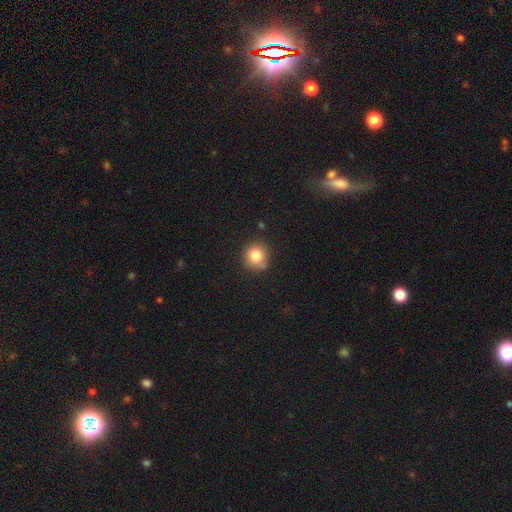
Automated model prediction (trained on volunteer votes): Smooth or featured?
  - smooth: 82% *
  - star or artifact: 11%
  - featured or disk: 7%
How rounded?
  - round: 90% *
  - in between: 9%
  - cigar-shaped: 1%
Merging?
  - none: 77% *
  - minor disturbance: 16%
  - major disturbance: 3%
  - merger: 3%